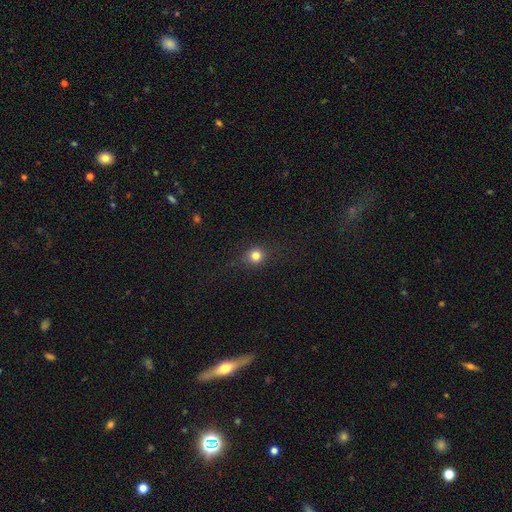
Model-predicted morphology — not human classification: Smooth or featured?
  - smooth: 80% *
  - star or artifact: 14%
  - featured or disk: 6%
How rounded?
  - round: 88% *
  - in between: 11%
  - cigar-shaped: 1%
Merging?
  - none: 86% *
  - minor disturbance: 9%
  - major disturbance: 3%
  - merger: 1%